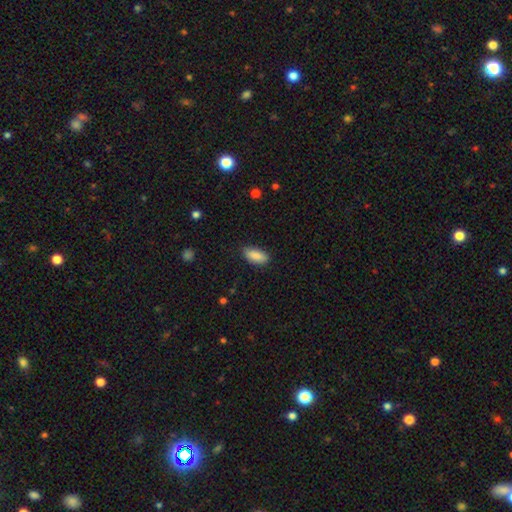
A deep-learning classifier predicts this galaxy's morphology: The model was most divided on "merging": none: 84%, minor disturbance: 13%, major disturbance: 2%, merger: 1%. More confident: smooth or featured — smooth (88%); how rounded — in between (87%).